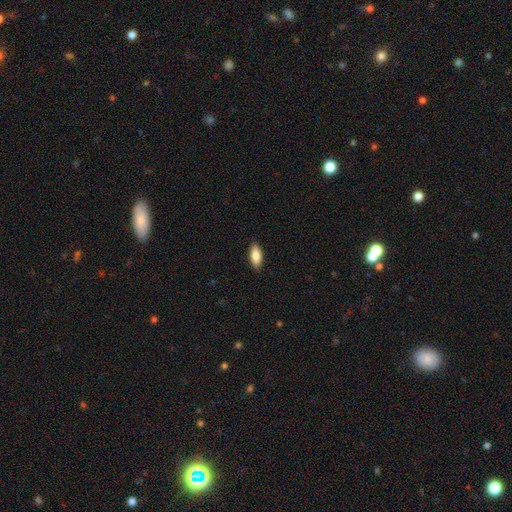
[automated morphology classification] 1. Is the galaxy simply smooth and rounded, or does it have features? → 84% smooth, 10% featured or disk, 6% star or artifact.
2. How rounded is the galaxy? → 80% in between, 18% cigar-shaped, 2% round.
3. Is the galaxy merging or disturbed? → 90% none, 8% minor disturbance, 2% major disturbance, 1% merger.